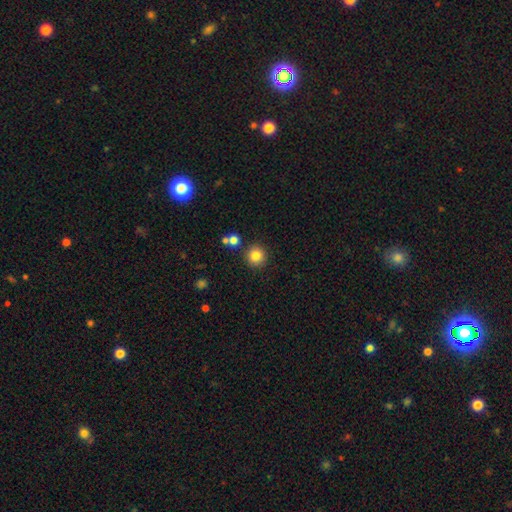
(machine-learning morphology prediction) type=smooth (84%); roundness=round (94%); merging=none (86%).